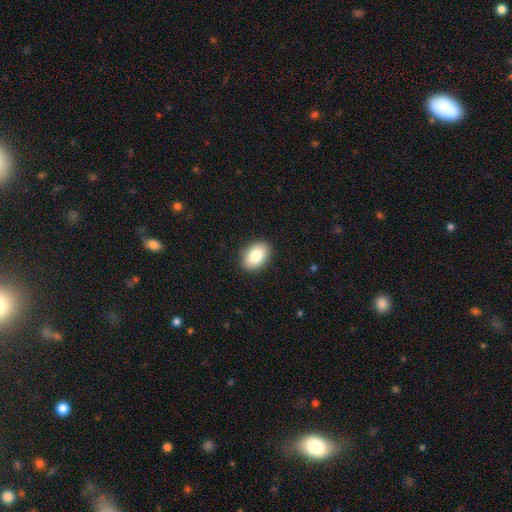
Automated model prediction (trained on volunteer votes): Smooth or featured: smooth — 85% (featured or disk — 8%)
How rounded: in between — 82% (round — 17%)
Merging: none — 90% (minor disturbance — 8%)